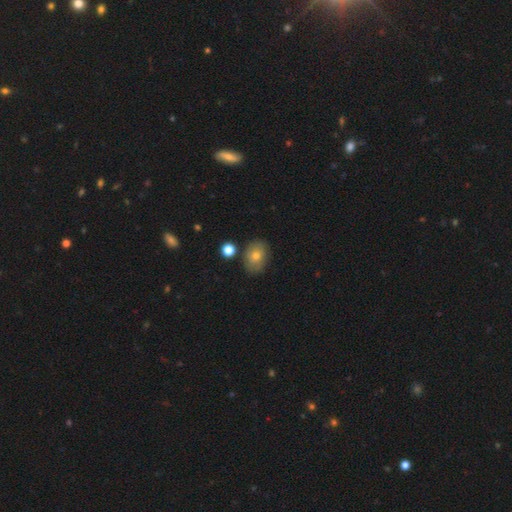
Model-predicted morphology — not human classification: A smooth galaxy with no disk features (73%) that is in between round and cigar-shaped (65%).

Vote fractions:
- Smooth or featured? smooth: 73% / featured or disk: 17% / star or artifact: 10%
- How rounded? in between: 65% / round: 34% / cigar-shaped: 1%
- Merging? none: 78% / minor disturbance: 14% / merger: 5% / major disturbance: 3%